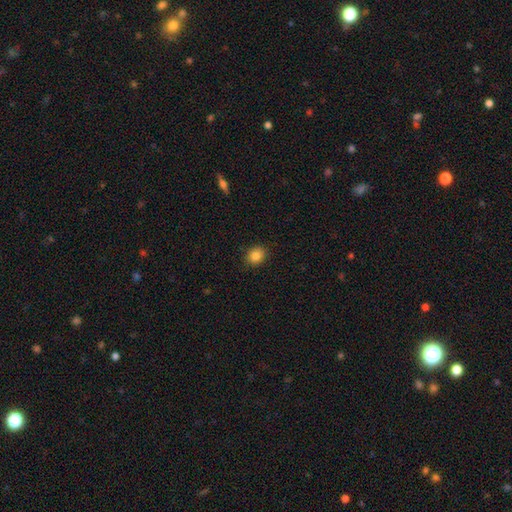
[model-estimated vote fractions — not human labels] Morphology: type=smooth (84%); roundness=round (68%); merging=none (90%).